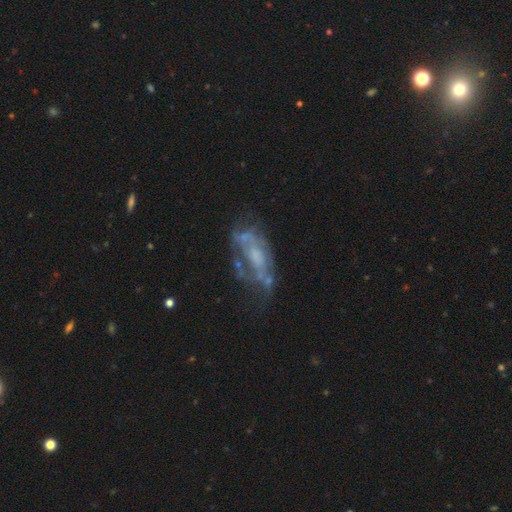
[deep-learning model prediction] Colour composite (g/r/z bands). It shows a featured or disk galaxy (68%) with no bar (73%), no spiral arms (63%) and no central bulge (41%). Merging: none (37%).